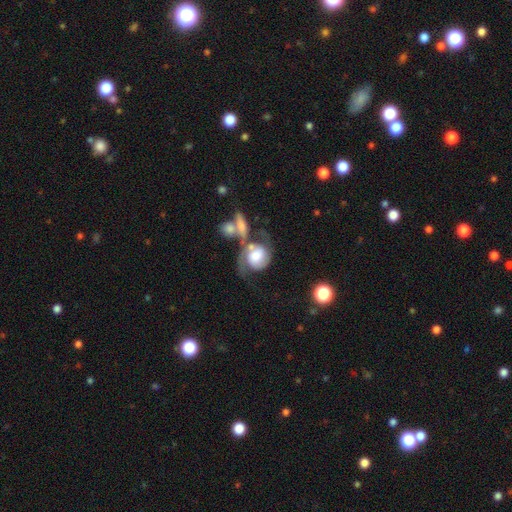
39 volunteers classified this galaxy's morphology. A featured or disk galaxy (69%) with no bar (48%), 2 (100%) medium (58%) spiral arms (89%) and a moderate central bulge (41%). Merging: merger (28%).